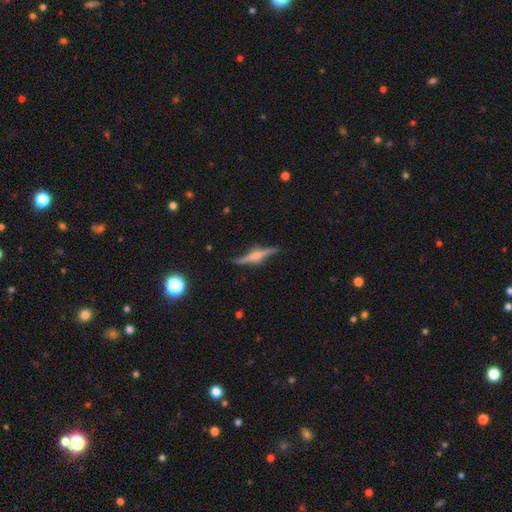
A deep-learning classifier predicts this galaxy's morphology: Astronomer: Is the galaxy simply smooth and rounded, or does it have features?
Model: featured or disk — 78%.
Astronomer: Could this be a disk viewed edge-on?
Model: yes — 94%.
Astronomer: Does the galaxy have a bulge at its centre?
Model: rounded — 83%.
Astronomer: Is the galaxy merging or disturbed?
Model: none — 79%.